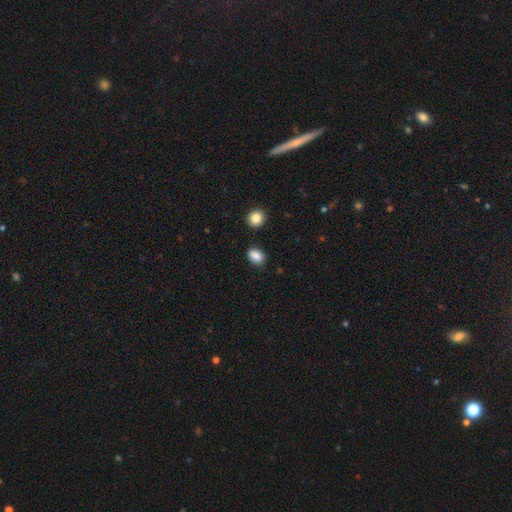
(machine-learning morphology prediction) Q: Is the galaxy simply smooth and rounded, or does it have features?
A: smooth — 87%.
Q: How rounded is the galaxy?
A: in between — 73%.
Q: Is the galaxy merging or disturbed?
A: none — 82%.